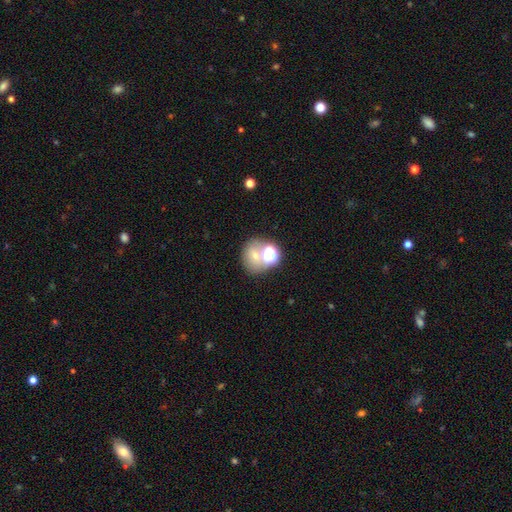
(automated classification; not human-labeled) Smooth or featured: smooth — 54% (star or artifact — 27%)
How rounded: round — 74% (in between — 24%)
Merging: none — 54% (merger — 29%)